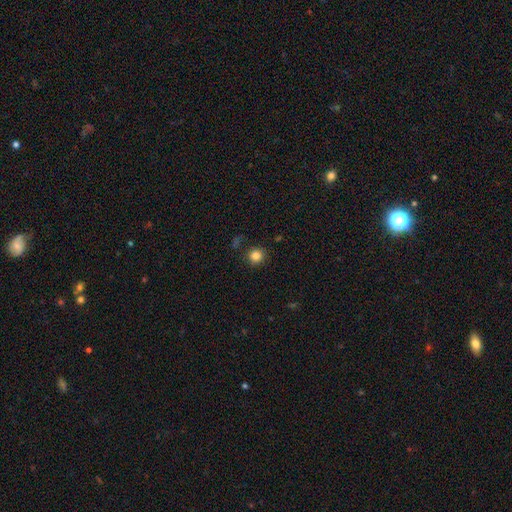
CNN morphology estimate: smooth 84%, star or artifact 12%, featured or disk 4%. Down the decision tree: how rounded — round (93%); merging — none (87%).